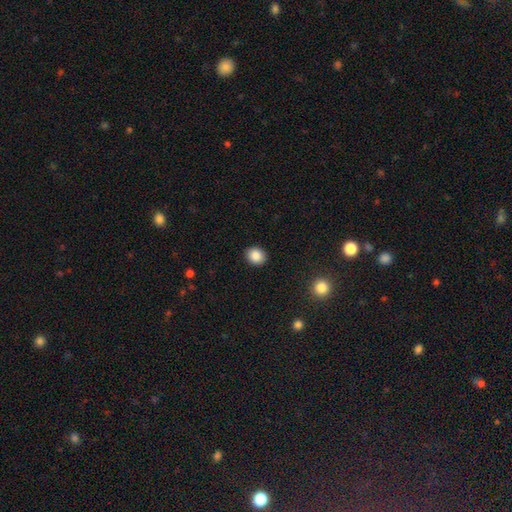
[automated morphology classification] This appears to be a smooth galaxy with no disk features (87%) that is round (62%). Merging: none (91%).